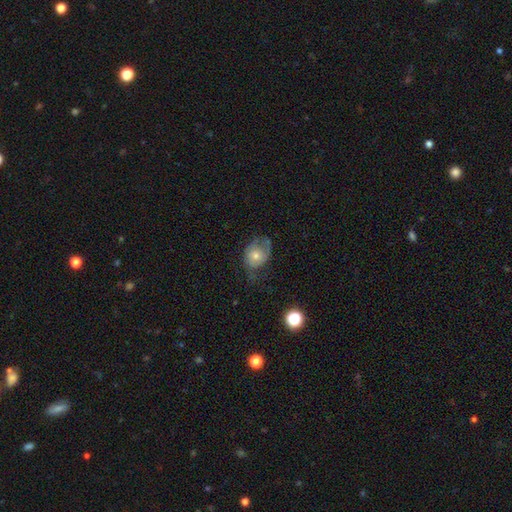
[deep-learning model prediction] Smooth or featured? Predicted: featured or disk (p=0.48). Merging? Predicted: none (p=0.40).